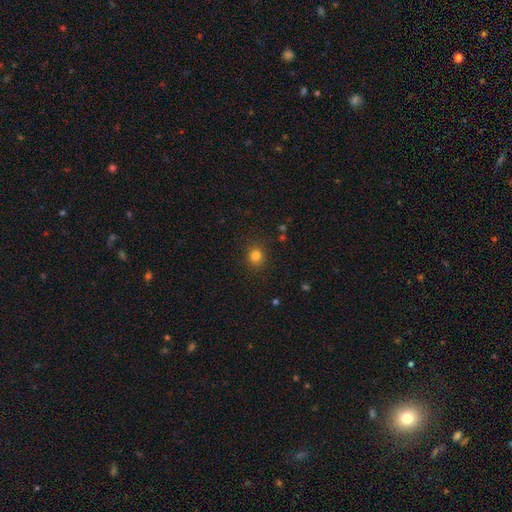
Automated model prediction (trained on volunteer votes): smooth 81%, star or artifact 14%, featured or disk 5%. Down the decision tree: how rounded — round (80%); merging — none (87%).